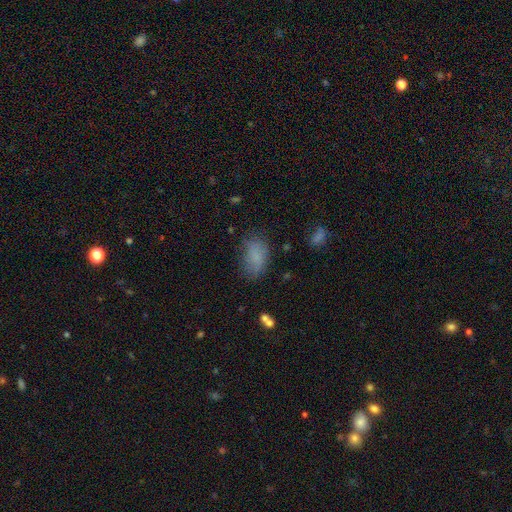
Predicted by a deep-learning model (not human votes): Overall: smooth (80%). How rounded: in between (90%). Merging: none (66%).